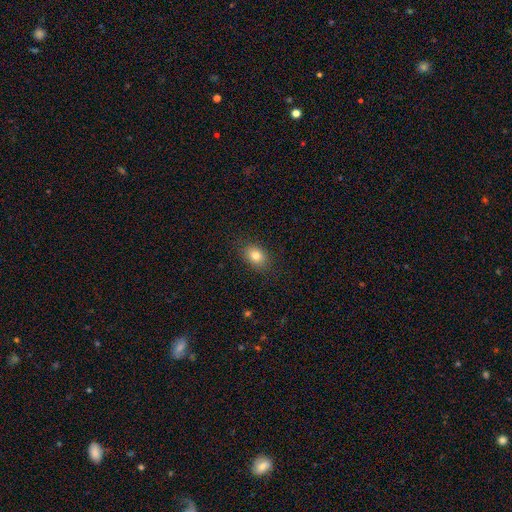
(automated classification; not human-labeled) A smooth galaxy with no disk features (81%) that is in between round and cigar-shaped (69%).

Vote fractions:
- Smooth or featured? smooth: 81% / star or artifact: 10% / featured or disk: 9%
- How rounded? in between: 69% / round: 30% / cigar-shaped: 1%
- Merging? none: 85% / minor disturbance: 11% / major disturbance: 3% / merger: 1%